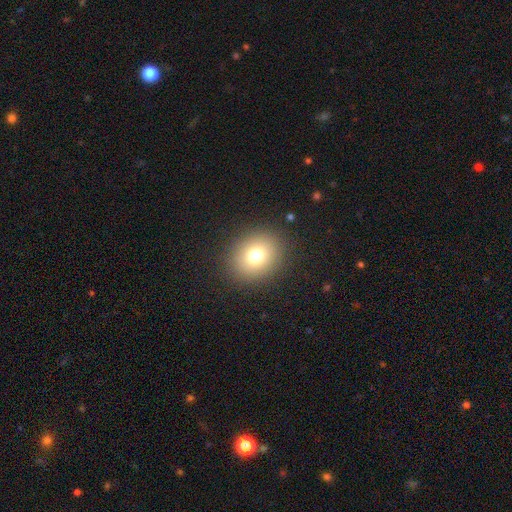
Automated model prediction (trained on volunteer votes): smooth_or_featured: smooth (p=0.75) [alt: star or artifact p=0.14]
how_rounded: round (p=0.67) [alt: in between p=0.32]
merging: none (p=0.88) [alt: minor disturbance p=0.07]